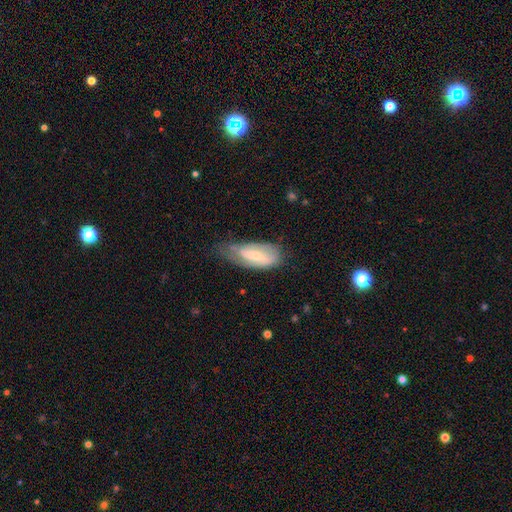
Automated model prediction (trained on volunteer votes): Smooth or featured? featured or disk (50%)
Edge-on disk? no (88%)
Merging? none (41%)